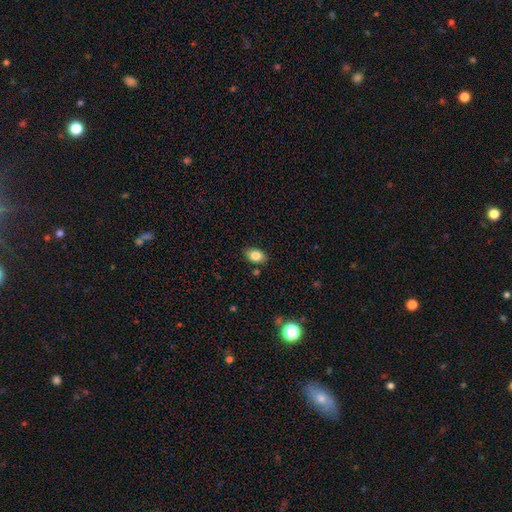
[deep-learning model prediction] smooth 83%, star or artifact 9%, featured or disk 8%. Down the decision tree: how rounded — in between (85%); merging — none (84%).